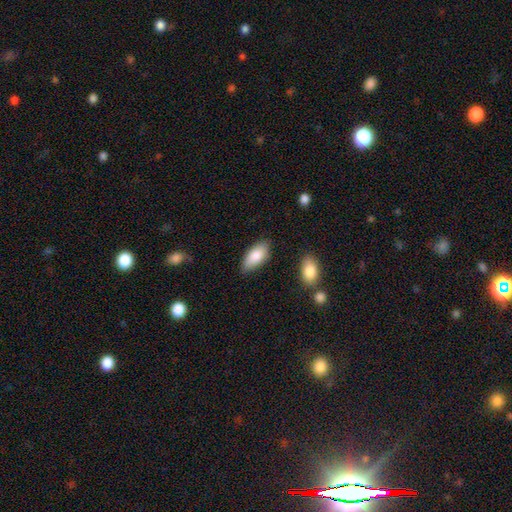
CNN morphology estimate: The model was most divided on "merging": none: 81%, minor disturbance: 14%, major disturbance: 3%, merger: 2%. More confident: how rounded — in between (88%); smooth or featured — smooth (85%).